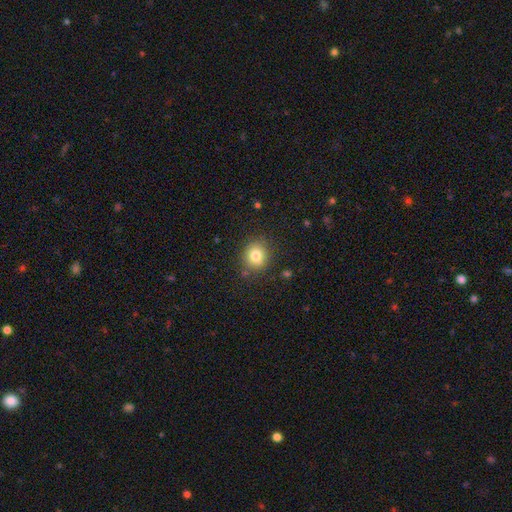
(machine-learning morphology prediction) This is likely a smooth galaxy (80%). How rounded: clearly round (80%). Merging: clearly none (85%).